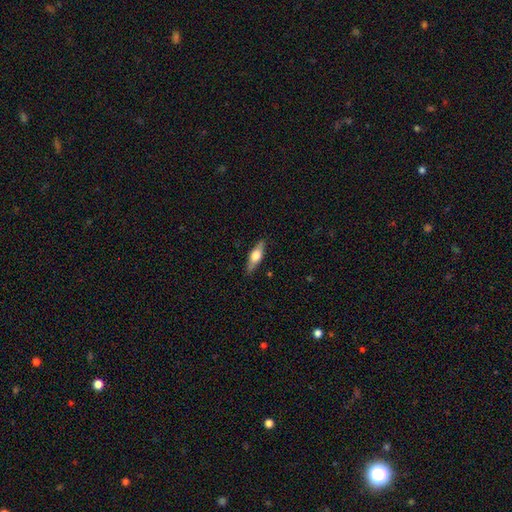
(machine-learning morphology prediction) Overall: featured or disk (48%; smooth 46%). Merging: none (87%).